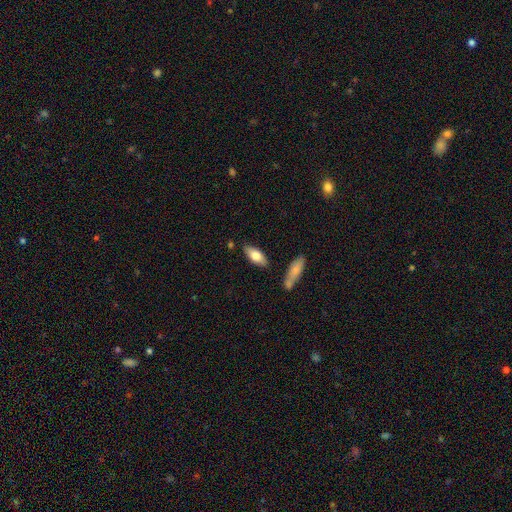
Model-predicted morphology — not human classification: smooth-or-featured: smooth: 75% | featured or disk: 19% | star or artifact: 6%
  how-rounded: in between: 80% | cigar-shaped: 18% | round: 2%
  merging: none: 79% | minor disturbance: 13% | merger: 5% | major disturbance: 3%